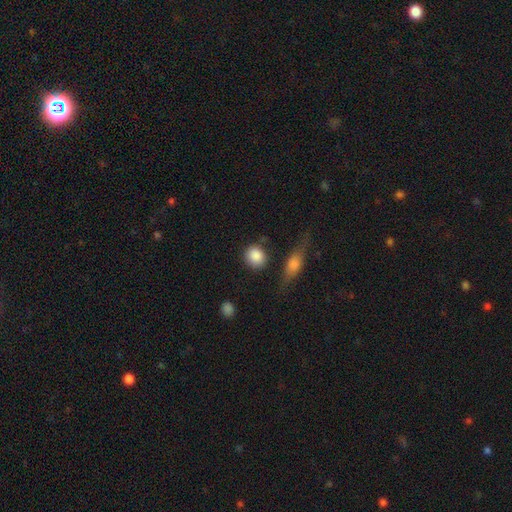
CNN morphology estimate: smooth_or_featured: smooth (p=0.88) [alt: star or artifact p=0.07]
how_rounded: round (p=0.83) [alt: in between p=0.16]
merging: none (p=0.75) [alt: minor disturbance p=0.13]